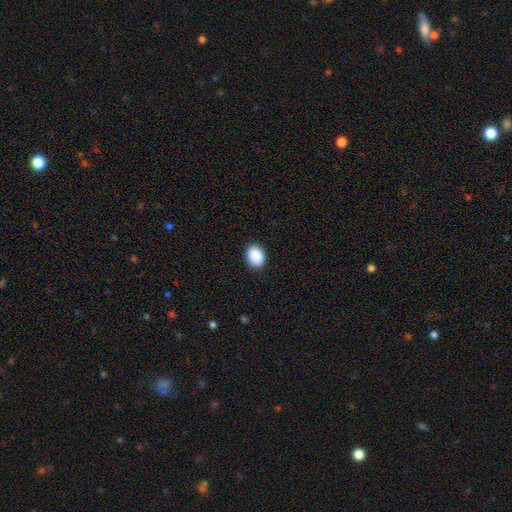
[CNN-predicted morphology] Smooth or featured? Predicted: smooth (p=0.89). How rounded? Predicted: in between (p=0.64). Merging? Predicted: none (p=0.89).